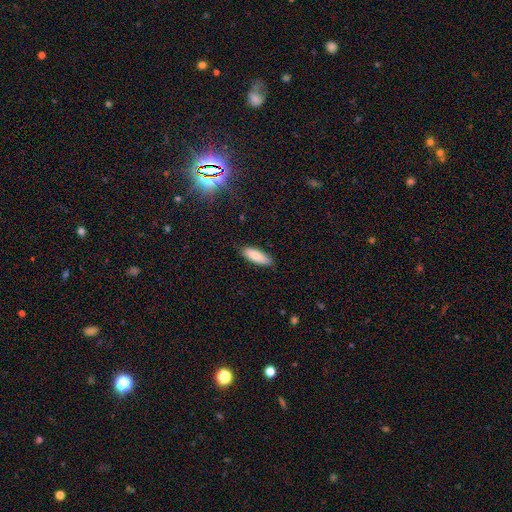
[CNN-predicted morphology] Smooth or featured? Predicted: smooth (p=0.82). How rounded? Predicted: in between (p=0.66). Merging? Predicted: none (p=0.85).